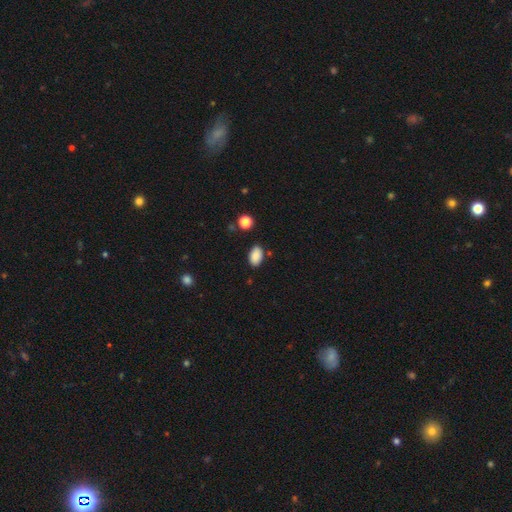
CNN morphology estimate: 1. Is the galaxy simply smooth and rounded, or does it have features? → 88% smooth, 8% star or artifact, 4% featured or disk.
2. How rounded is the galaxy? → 91% in between, 7% round, 1% cigar-shaped.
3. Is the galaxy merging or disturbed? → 83% none, 12% minor disturbance, 3% merger, 3% major disturbance.